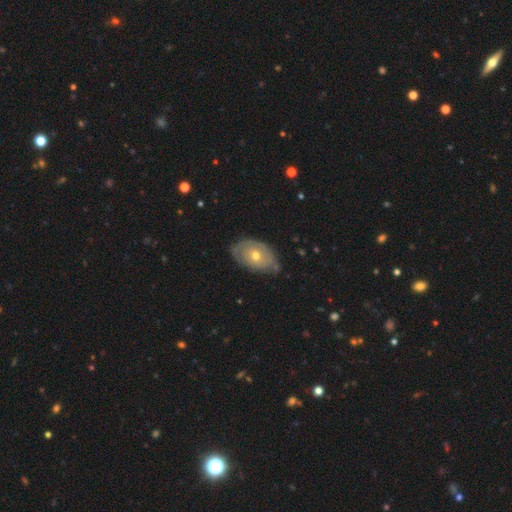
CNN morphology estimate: featured or disk 56%, smooth 38%, star or artifact 6%. Down the decision tree: edge-on disk — no (91%); bar — no (86%); spiral arms — no (53%); bulge size — moderate (61%); merging — none (64%).